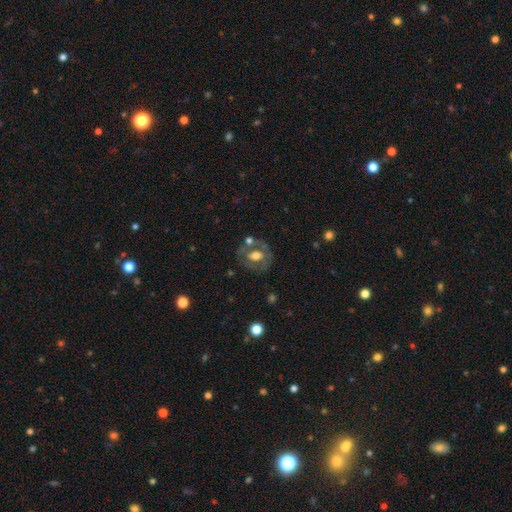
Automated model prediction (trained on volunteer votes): Smooth or featured: featured or disk — 52% (smooth — 40%)
Edge-on disk: no — 94% (yes — 6%)
Merging: none — 62% (minor disturbance — 18%)